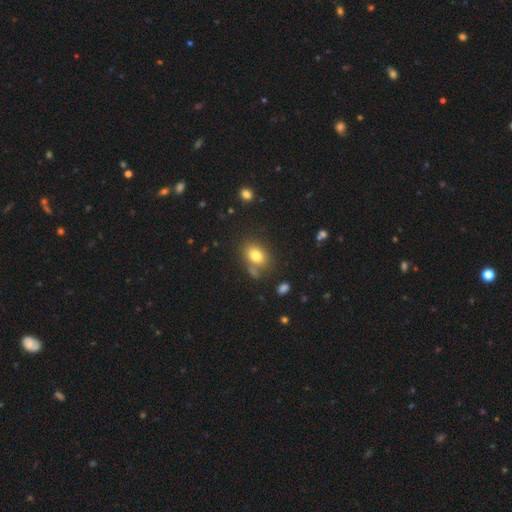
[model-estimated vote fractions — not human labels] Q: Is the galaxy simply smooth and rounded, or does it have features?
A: smooth — 78%.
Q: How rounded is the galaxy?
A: in between — 74%.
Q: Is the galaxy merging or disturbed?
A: none — 70%.